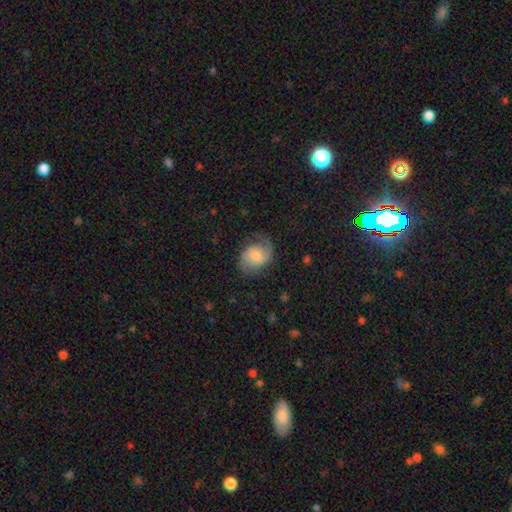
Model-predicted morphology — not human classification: type=featured or disk (50%); merging=none (66%).